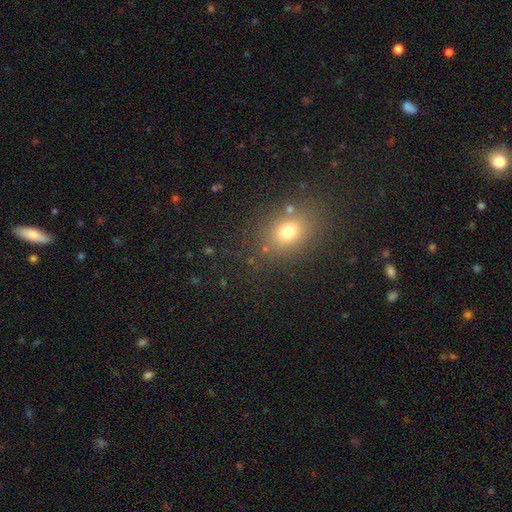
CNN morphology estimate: This appears to be a smooth galaxy with no disk features (63%) that is in between round and cigar-shaped (50%). Merging: none (85%).